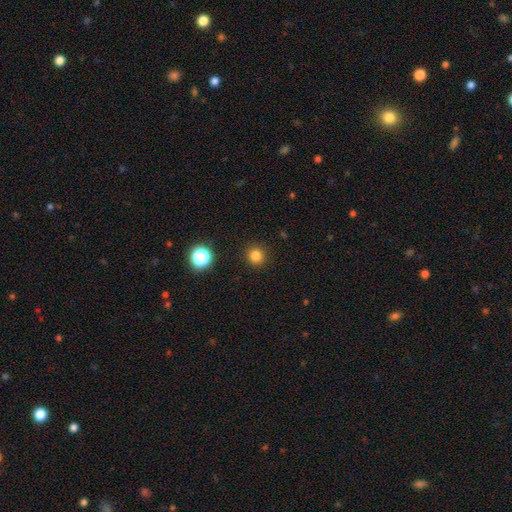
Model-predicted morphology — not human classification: Overall: smooth (81%). How rounded: round (94%). Merging: none (92%).